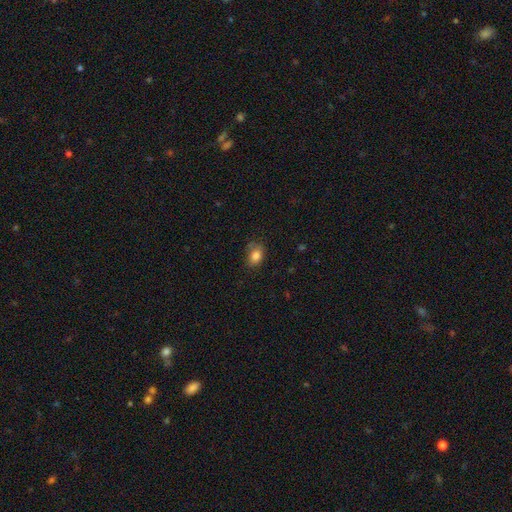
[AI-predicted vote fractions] This appears to be a smooth galaxy with no disk features (84%) that is in between round and cigar-shaped (74%). Merging: none (70%).